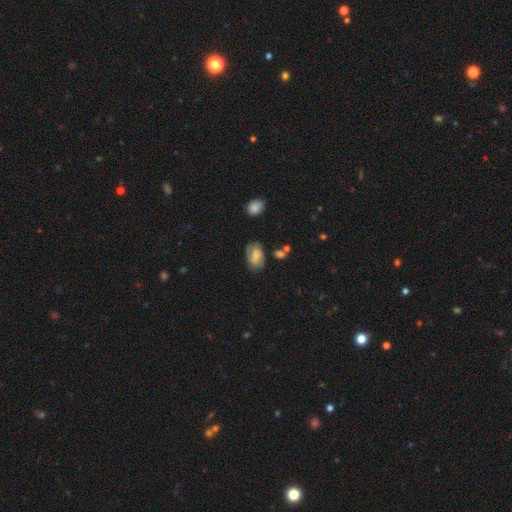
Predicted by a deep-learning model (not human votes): A smooth galaxy with no disk features (47%).

Vote fractions:
- Smooth or featured? smooth: 47% / featured or disk: 43% / star or artifact: 10%
- Merging? none: 65% / minor disturbance: 22% / major disturbance: 9% / merger: 4%